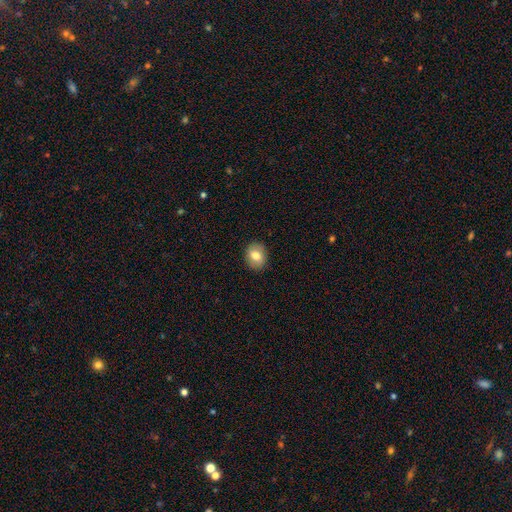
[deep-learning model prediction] Smooth or featured: smooth — 75% (featured or disk — 16%)
How rounded: round — 52% (in between — 47%)
Merging: none — 88% (minor disturbance — 9%)